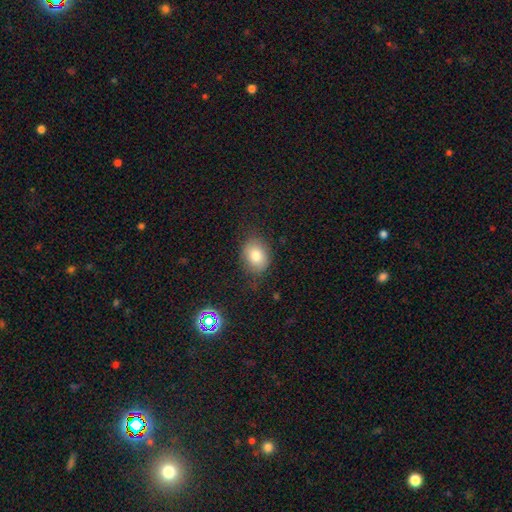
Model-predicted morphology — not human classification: The model was most divided on "how rounded": in between: 52%, round: 47%, cigar-shaped: 1%. More confident: smooth or featured — smooth (79%); merging — none (77%).